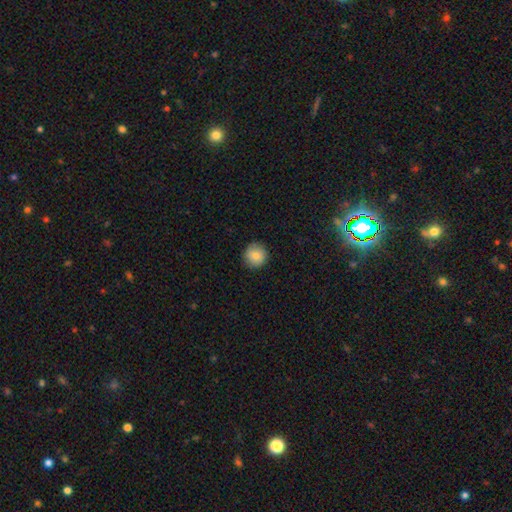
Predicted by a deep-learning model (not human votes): smooth_or_featured: smooth (p=0.84) [alt: star or artifact p=0.08]
how_rounded: round (p=0.95) [alt: in between p=0.04]
merging: none (p=0.89) [alt: minor disturbance p=0.08]